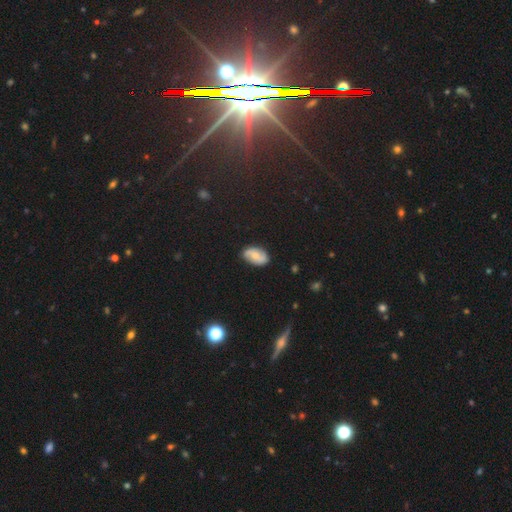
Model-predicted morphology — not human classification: A featured or disk galaxy (50%).

Vote fractions:
- Smooth or featured? featured or disk: 50% / smooth: 41% / star or artifact: 9%
- Merging? none: 81% / minor disturbance: 14% / major disturbance: 3% / merger: 1%